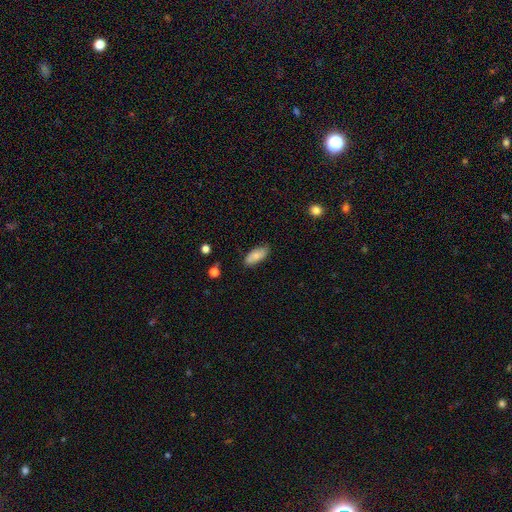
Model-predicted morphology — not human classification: Smooth or featured?
  - smooth: 81% *
  - featured or disk: 13%
  - star or artifact: 7%
How rounded?
  - in between: 85% *
  - cigar-shaped: 13%
  - round: 2%
Merging?
  - none: 83% *
  - minor disturbance: 13%
  - major disturbance: 2%
  - merger: 1%